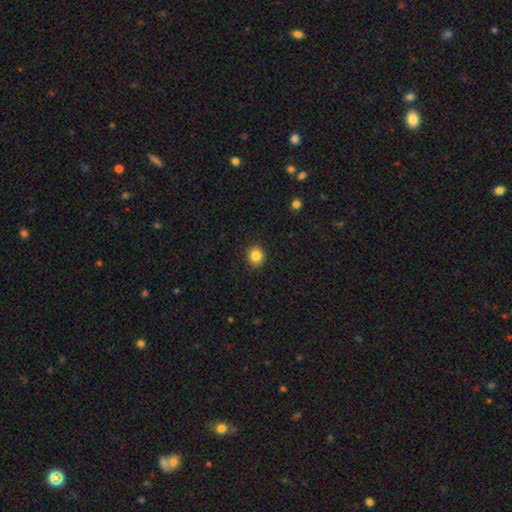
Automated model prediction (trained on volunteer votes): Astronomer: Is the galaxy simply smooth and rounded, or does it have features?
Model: smooth — 84%.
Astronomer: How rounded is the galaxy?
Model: round — 80%.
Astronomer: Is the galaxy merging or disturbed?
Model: none — 92%.